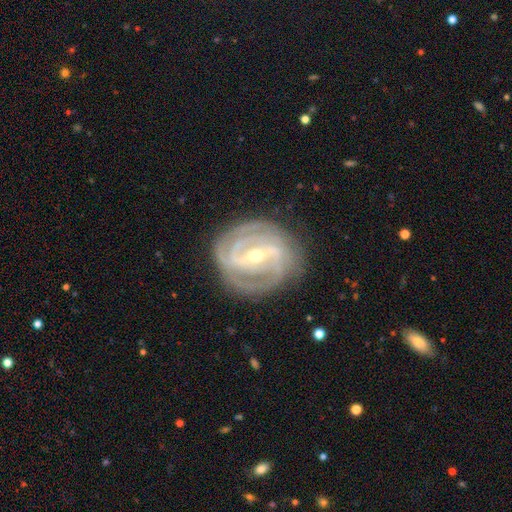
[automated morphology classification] smooth-or-featured: featured or disk: 91% | star or artifact: 4% | smooth: 4%
  disk-edge-on: no: 97% | yes: 3%
    bar: strong: 58% | weak: 32% | no: 10%
    has-spiral-arms: yes: 97% | no: 3%
      spiral-winding: tight: 65% | medium: 30% | loose: 5%
      spiral-arm-count: 2: 32% | 3: 31% | can't tell: 16% | 4: 12% | more than 4: 5% | 1: 5%
    bulge-size: small: 58% | moderate: 39% | large: 1% | none: 1% | dominant: 1%
  merging: none: 80% | minor disturbance: 14% | major disturbance: 5% | merger: 1%